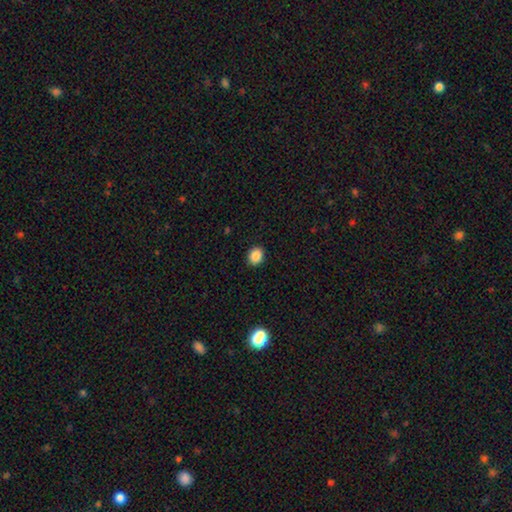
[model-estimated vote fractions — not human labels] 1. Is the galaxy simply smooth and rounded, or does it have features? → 88% smooth, 9% star or artifact, 3% featured or disk.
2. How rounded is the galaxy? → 54% round, 46% in between, 1% cigar-shaped.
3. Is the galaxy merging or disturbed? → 90% none, 7% minor disturbance, 2% major disturbance, 1% merger.